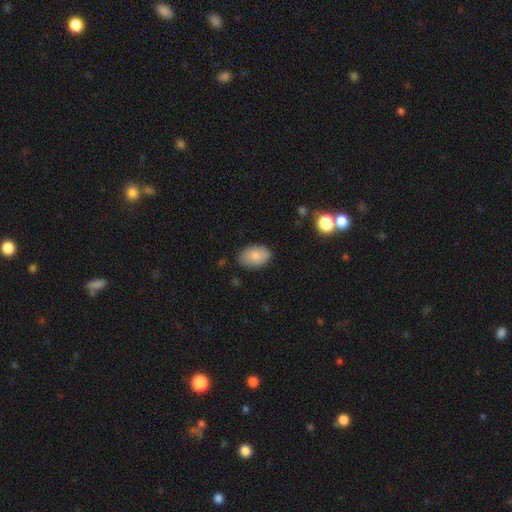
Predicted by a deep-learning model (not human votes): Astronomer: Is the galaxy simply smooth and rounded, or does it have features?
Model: smooth — 82%.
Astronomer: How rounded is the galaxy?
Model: in between — 90%.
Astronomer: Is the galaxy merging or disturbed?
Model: none — 82%.